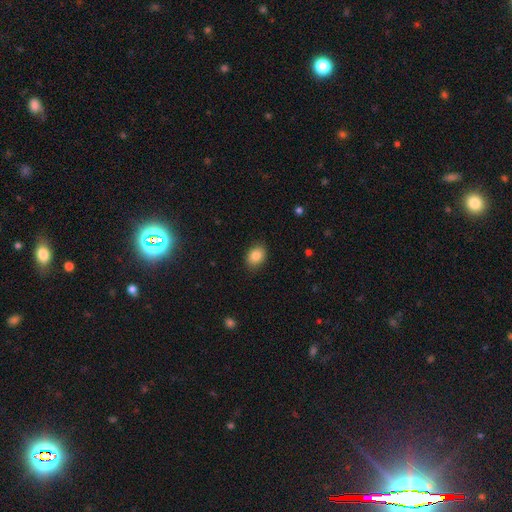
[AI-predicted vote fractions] A smooth galaxy with no disk features (85%) that is in between round and cigar-shaped (68%).

Vote fractions:
- Smooth or featured? smooth: 85% / star or artifact: 9% / featured or disk: 6%
- How rounded? in between: 68% / round: 31% / cigar-shaped: 1%
- Merging? none: 87% / minor disturbance: 10% / major disturbance: 2% / merger: 1%